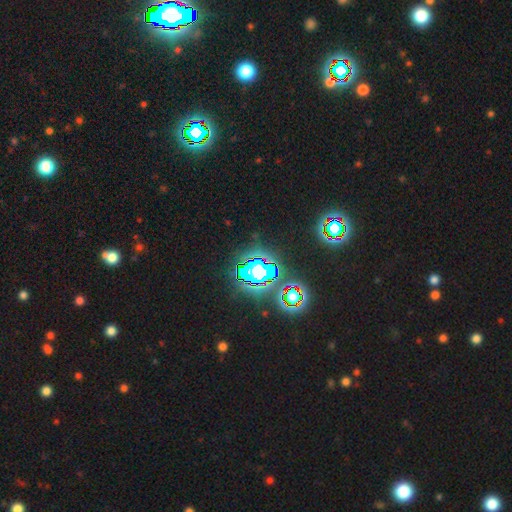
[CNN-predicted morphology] Overall: star or artifact (82%).